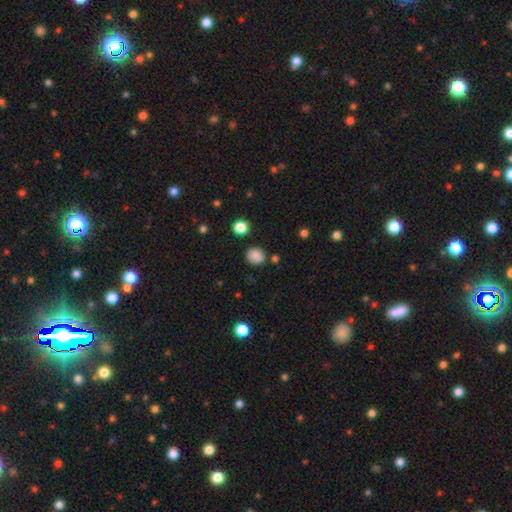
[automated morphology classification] Overall: smooth (85%). How rounded: round (85%). Merging: none (83%).